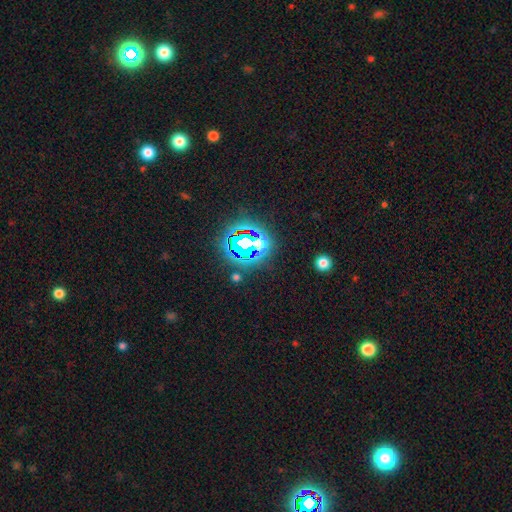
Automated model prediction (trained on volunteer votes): Smooth or featured? star or artifact (83%)